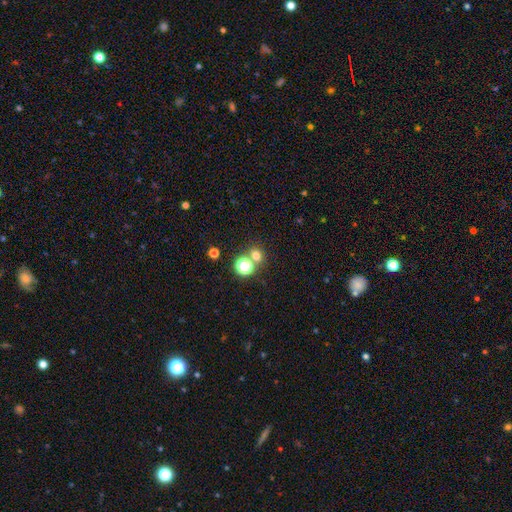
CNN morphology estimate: This appears to be a smooth galaxy with no disk features (69%) that is round (74%). Merging: none (66%).